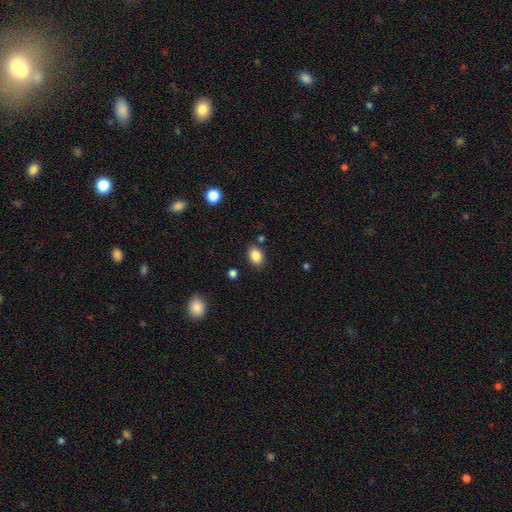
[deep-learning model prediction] Smooth or featured?
  - smooth: 85% *
  - star or artifact: 9%
  - featured or disk: 5%
How rounded?
  - in between: 70% *
  - round: 29%
  - cigar-shaped: 1%
Merging?
  - none: 83% *
  - minor disturbance: 11%
  - merger: 3%
  - major disturbance: 3%